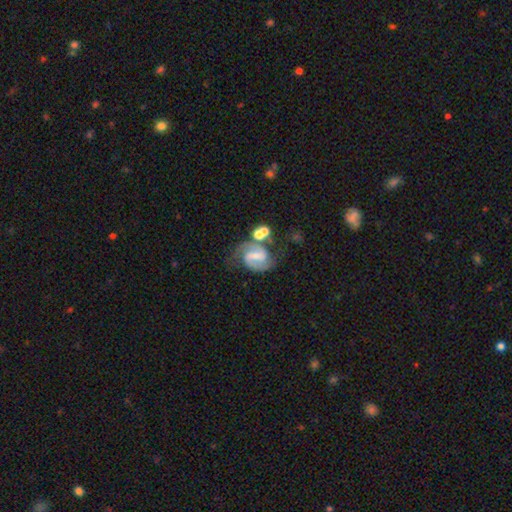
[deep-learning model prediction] smooth-or-featured: featured or disk: 81% | smooth: 12% | star or artifact: 7%
  disk-edge-on: no: 98% | yes: 2%
    bar: weak: 45% | strong: 40% | no: 15%
    has-spiral-arms: yes: 95% | no: 5%
      spiral-winding: medium: 54% | tight: 24% | loose: 21%
      spiral-arm-count: 2: 89% | can't tell: 5% | 1: 3% | 3: 2% | 4: 1% | more than 4: 1%
    bulge-size: small: 51% | moderate: 26% | none: 17% | large: 4% | dominant: 1%
  merging: none: 51% | merger: 20% | minor disturbance: 18% | major disturbance: 11%